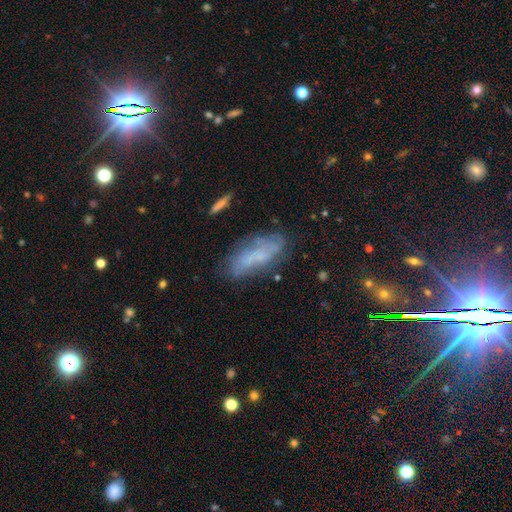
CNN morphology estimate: type=smooth (45%); merging=none (64%).